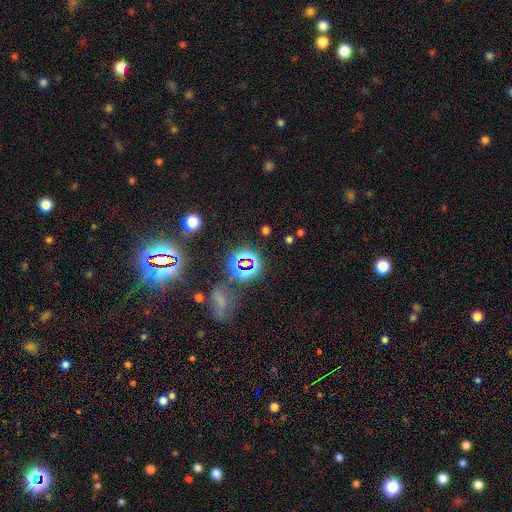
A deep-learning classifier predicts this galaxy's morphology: type=star or artifact (75%).